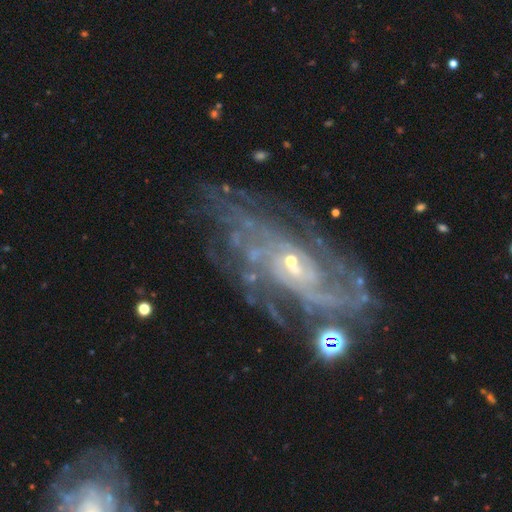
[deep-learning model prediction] Overall: featured or disk (89%). Edge-on disk: no (94%). Bar: no (59%; weak 31%). Spiral arms: yes (97%). Spiral arm count: can't tell (32%; 2 18%). Spiral winding: tight (59%; medium 32%). Bulge size: small (74%). Merging: none (70%).